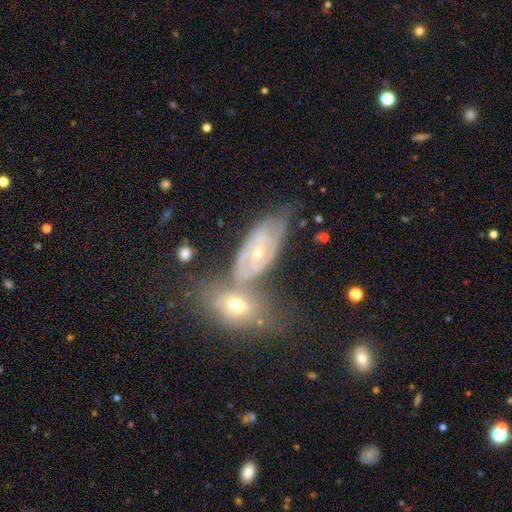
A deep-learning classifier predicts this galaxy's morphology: Overall: featured or disk (70%). Edge-on disk: no (85%). Bar: no (73%). Spiral arms: yes (77%). Bulge size: small (63%; moderate 34%). Merging: none (52%; merger 25%).